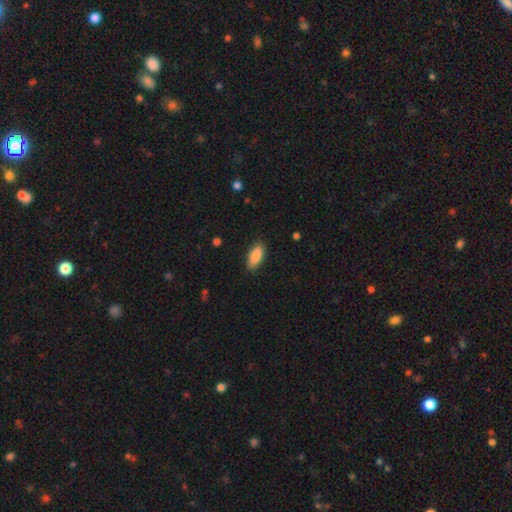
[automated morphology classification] smooth_or_featured: smooth (p=0.87) [alt: featured or disk p=0.07]
how_rounded: in between (p=0.78) [alt: cigar-shaped p=0.20]
merging: none (p=0.85) [alt: minor disturbance p=0.12]